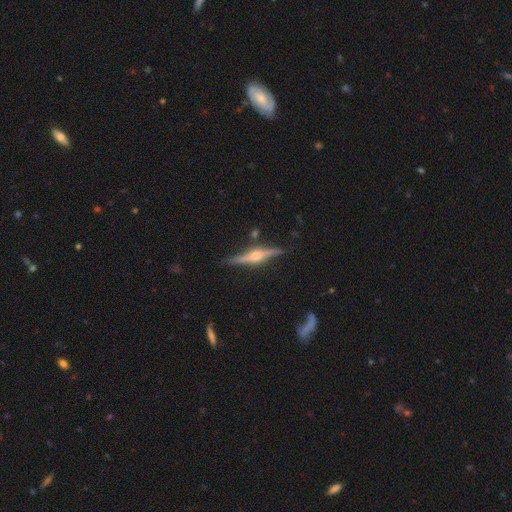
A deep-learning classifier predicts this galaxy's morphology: smooth-or-featured: featured or disk: 81% | smooth: 13% | star or artifact: 6%
  disk-edge-on: yes: 98% | no: 2%
    edge-on-bulge: rounded: 88% | boxy: 9% | none: 3%
  merging: none: 85% | minor disturbance: 10% | merger: 2% | major disturbance: 2%